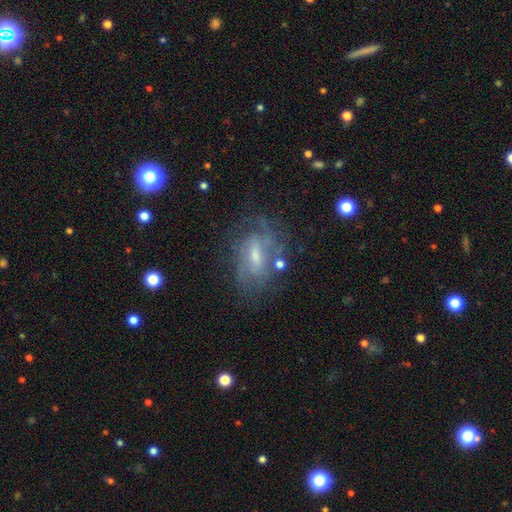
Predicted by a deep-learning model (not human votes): smooth-or-featured: featured or disk: 72% | smooth: 19% | star or artifact: 9%
  disk-edge-on: no: 93% | yes: 7%
    bar: weak: 52% | no: 24% | strong: 24%
    has-spiral-arms: yes: 78% | no: 22%
      spiral-winding: tight: 42% | medium: 41% | loose: 17%
      spiral-arm-count: can't tell: 46% | 2: 29% | 3: 12% | 4: 5% | 1: 5% | more than 4: 3%
    bulge-size: small: 45% | moderate: 41% | none: 9% | large: 5% | dominant: 1%
  merging: none: 60% | minor disturbance: 21% | major disturbance: 15% | merger: 4%